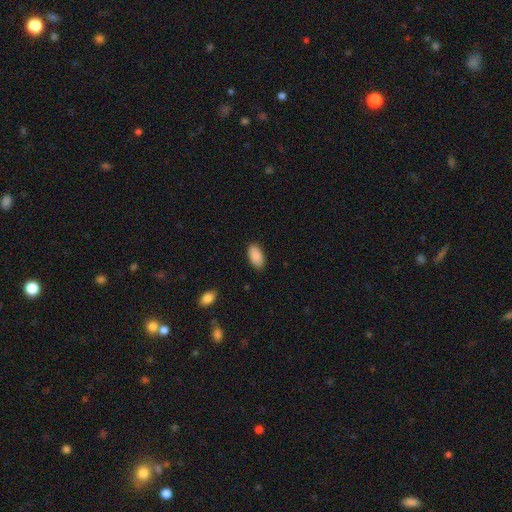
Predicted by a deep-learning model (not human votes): Smooth or featured? Predicted: smooth (p=0.90). How rounded? Predicted: in between (p=0.94). Merging? Predicted: none (p=0.86).